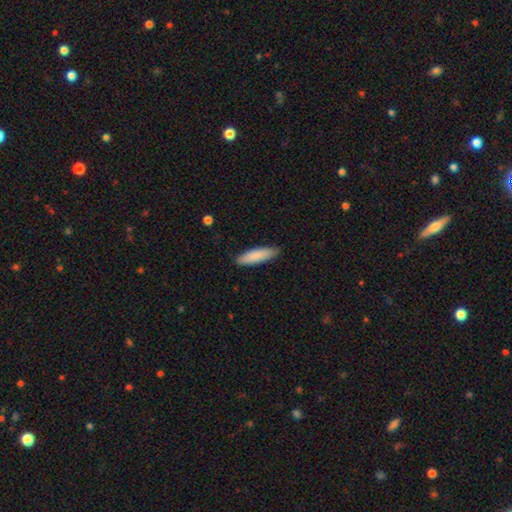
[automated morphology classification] The model was most divided on "how rounded": cigar-shaped: 60%, in between: 38%, round: 1%. More confident: smooth or featured — smooth (86%); merging — none (84%).